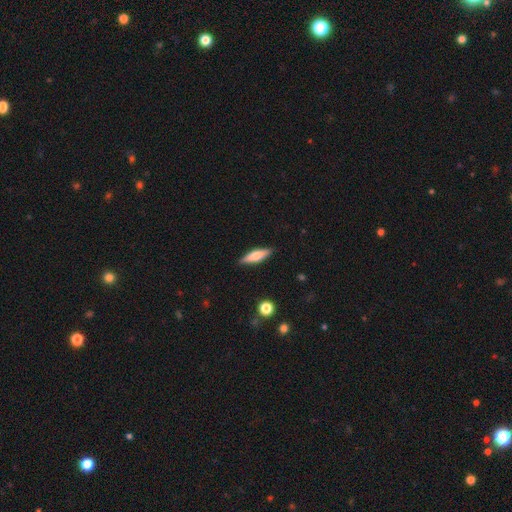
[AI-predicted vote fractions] Smooth or featured?
  - smooth: 61% *
  - featured or disk: 33%
  - star or artifact: 6%
How rounded?
  - cigar-shaped: 58% *
  - in between: 40%
  - round: 2%
Merging?
  - none: 87% *
  - minor disturbance: 10%
  - major disturbance: 2%
  - merger: 1%